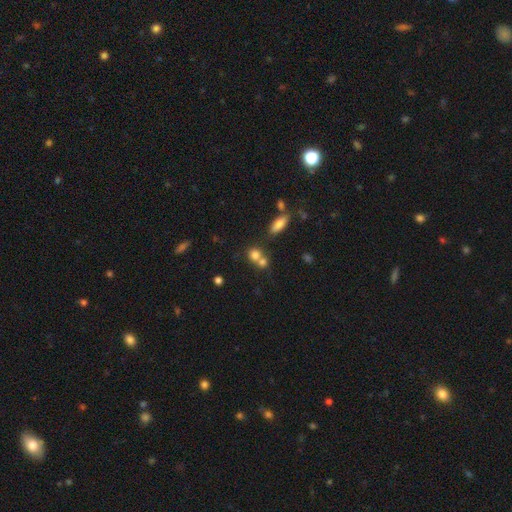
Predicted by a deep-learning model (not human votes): smooth 75%, star or artifact 13%, featured or disk 12%. Down the decision tree: how rounded — round (74%); merging — merger (51%).